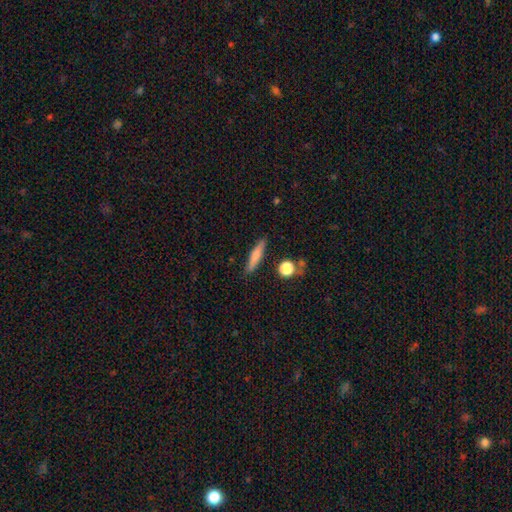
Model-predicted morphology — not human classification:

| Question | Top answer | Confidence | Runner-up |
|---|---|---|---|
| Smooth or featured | smooth | 72% | featured or disk (21%) |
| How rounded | cigar-shaped | 85% | in between (12%) |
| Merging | none | 85% | minor disturbance (10%) |